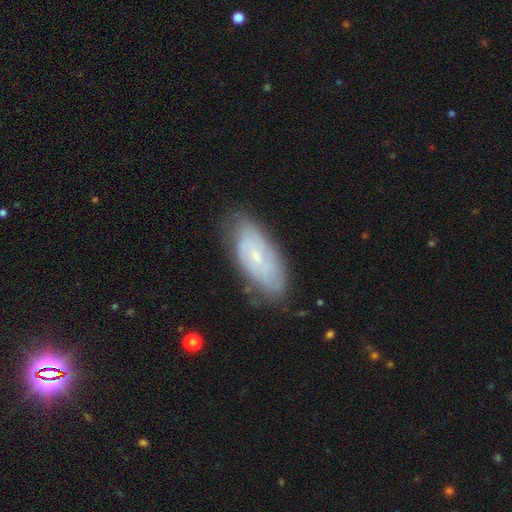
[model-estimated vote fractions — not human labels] The model was most divided on "smooth or featured": featured or disk: 57%, smooth: 35%, star or artifact: 8%. More confident: edge-on disk — no (89%); bulge size — small (72%); spiral arms — yes (71%); merging — none (71%); bar — no (69%).